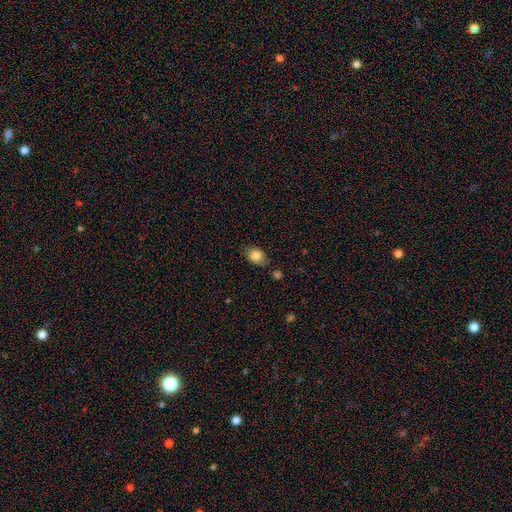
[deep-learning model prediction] This appears to be a smooth galaxy with no disk features (85%) that is in between round and cigar-shaped (75%). Merging: none (70%).